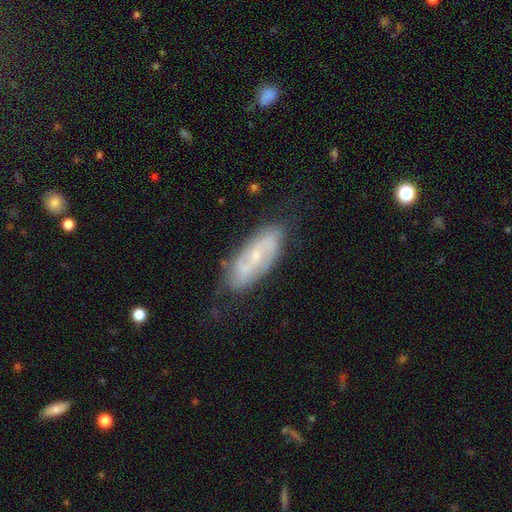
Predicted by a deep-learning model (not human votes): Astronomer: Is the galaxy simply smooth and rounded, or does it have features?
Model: featured or disk — 69%.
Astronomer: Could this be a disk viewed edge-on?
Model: no — 89%.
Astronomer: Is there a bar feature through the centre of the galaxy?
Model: no — 46% (runner-up: weak, 39%).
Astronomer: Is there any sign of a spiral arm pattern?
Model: yes — 83%.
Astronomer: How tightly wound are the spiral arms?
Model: medium — 41% (runner-up: tight, 32%).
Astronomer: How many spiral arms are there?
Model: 2 — 70%.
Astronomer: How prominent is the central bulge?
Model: small — 71%.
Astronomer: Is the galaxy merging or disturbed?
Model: none — 71%.